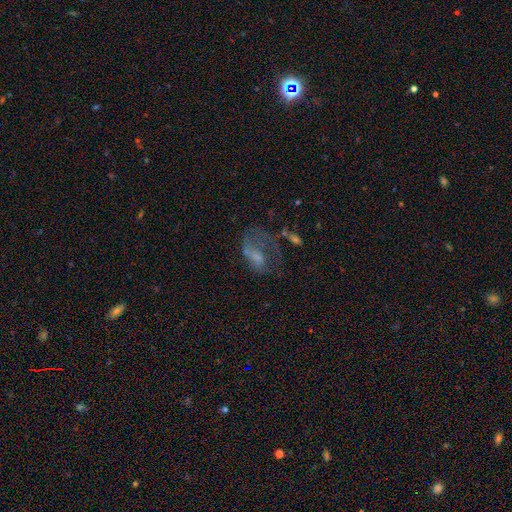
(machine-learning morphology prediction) A featured or disk galaxy (50%).

Vote fractions:
- Smooth or featured? featured or disk: 50% / smooth: 35% / star or artifact: 15%
- Edge-on disk? no: 96% / yes: 4%
- Merging? major disturbance: 48% / none: 27% / minor disturbance: 17% / merger: 8%